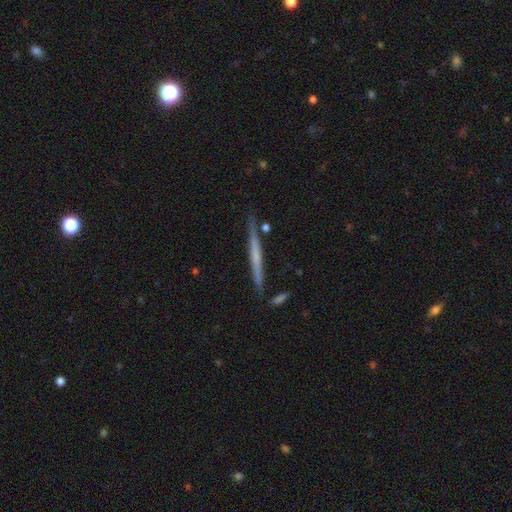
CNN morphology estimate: smooth_or_featured: featured or disk (p=0.55) [alt: smooth p=0.39]
disk_edge_on: yes (p=0.97) [alt: no p=0.03]
edge_on_bulge: none (p=0.78) [alt: rounded p=0.16]
merging: none (p=0.86) [alt: minor disturbance p=0.09]